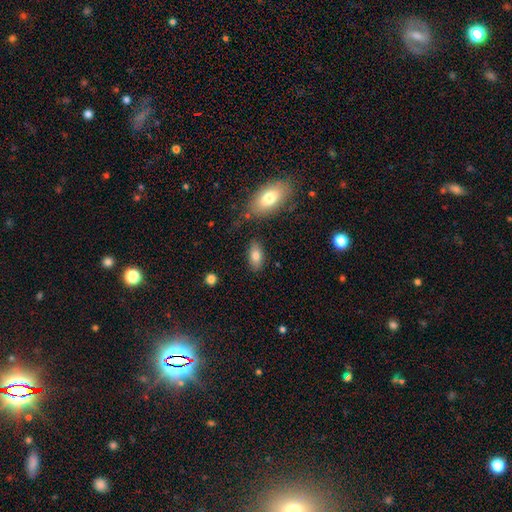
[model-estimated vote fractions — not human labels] This appears to be a smooth galaxy with no disk features (80%) that is in between round and cigar-shaped (91%). Merging: none (82%).